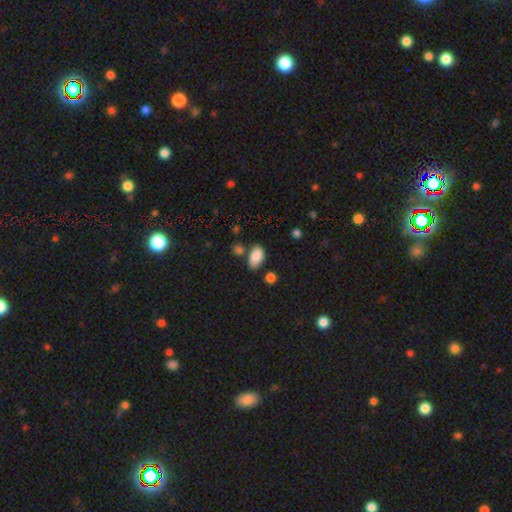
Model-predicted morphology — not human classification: Smooth or featured? Predicted: smooth (p=0.82). How rounded? Predicted: in between (p=0.92). Merging? Predicted: none (p=0.65).